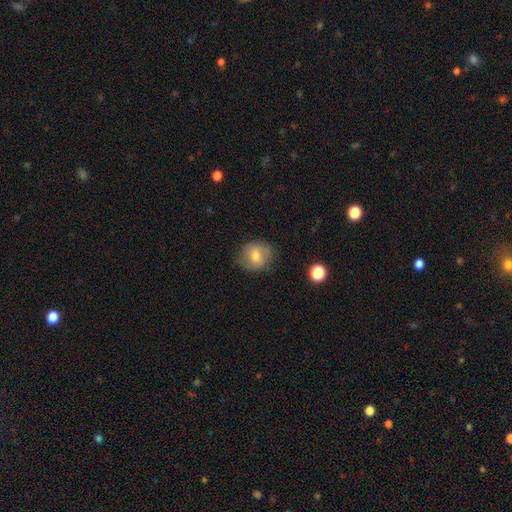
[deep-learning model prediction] smooth-or-featured: smooth: 72% | featured or disk: 18% | star or artifact: 9%
  how-rounded: round: 77% | in between: 22% | cigar-shaped: 1%
  merging: none: 77% | minor disturbance: 17% | major disturbance: 4% | merger: 1%